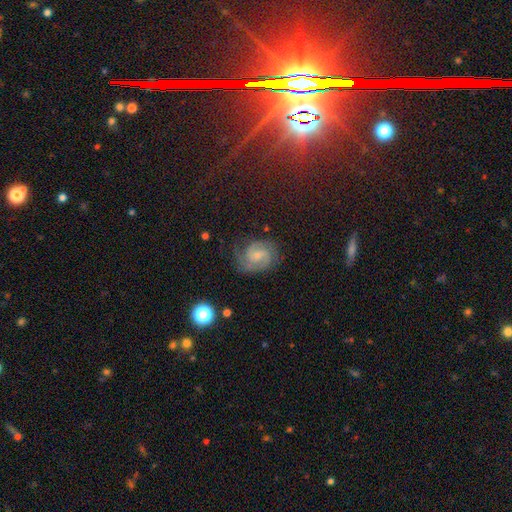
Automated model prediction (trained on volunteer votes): smooth-or-featured: featured or disk: 81% | star or artifact: 10% | smooth: 9%
  disk-edge-on: no: 98% | yes: 2%
    bar: weak: 49% | no: 41% | strong: 10%
    has-spiral-arms: yes: 98% | no: 2%
      spiral-winding: tight: 48% | medium: 43% | loose: 8%
      spiral-arm-count: 2: 80% | 3: 7% | can't tell: 7% | 1: 3% | 4: 2% | more than 4: 2%
    bulge-size: small: 56% | moderate: 28% | none: 12% | large: 2% | dominant: 1%
  merging: none: 77% | minor disturbance: 15% | major disturbance: 6% | merger: 1%